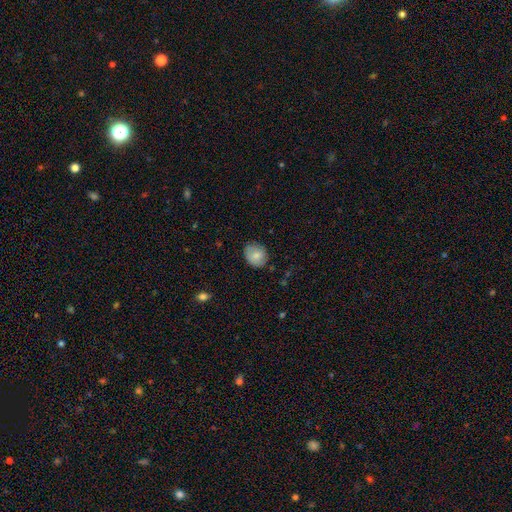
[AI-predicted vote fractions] smooth_or_featured: smooth (p=0.80) [alt: featured or disk p=0.12]
how_rounded: round (p=0.63) [alt: in between p=0.36]
merging: none (p=0.77) [alt: minor disturbance p=0.19]